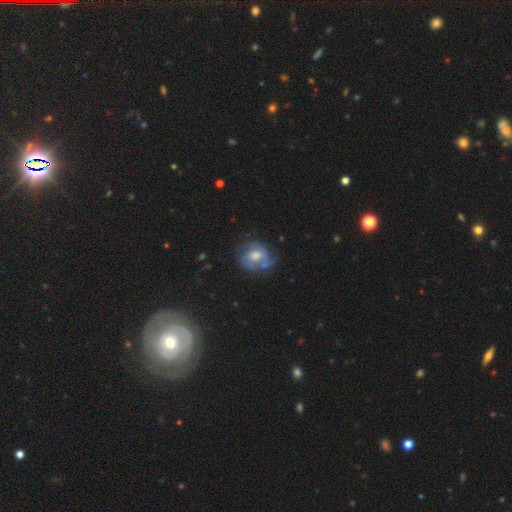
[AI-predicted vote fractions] Smooth or featured?
  - featured or disk: 63% *
  - smooth: 29%
  - star or artifact: 8%
Edge-on disk?
  - no: 97% *
  - yes: 3%
Bar?
  - no: 53% *
  - weak: 38%
  - strong: 9%
Spiral arms?
  - yes: 76% *
  - no: 24%
Bulge size?
  - moderate: 60% *
  - small: 25%
  - large: 10%
  - none: 4%
  - dominant: 1%
Merging?
  - none: 54% *
  - minor disturbance: 25%
  - major disturbance: 15%
  - merger: 6%